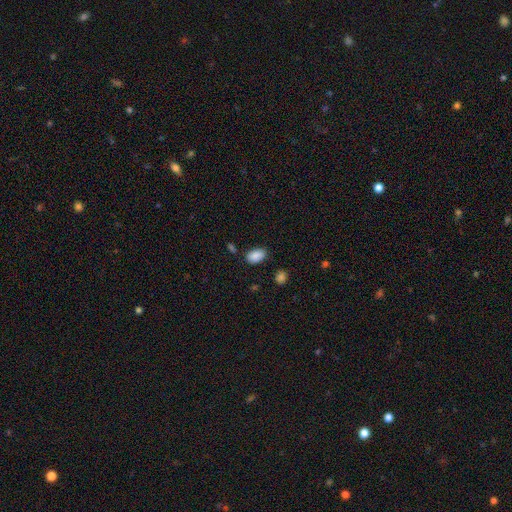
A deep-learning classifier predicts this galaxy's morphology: Smooth or featured?
  - smooth: 87% *
  - star or artifact: 8%
  - featured or disk: 5%
How rounded?
  - in between: 92% *
  - round: 6%
  - cigar-shaped: 1%
Merging?
  - none: 80% *
  - minor disturbance: 14%
  - merger: 3%
  - major disturbance: 3%